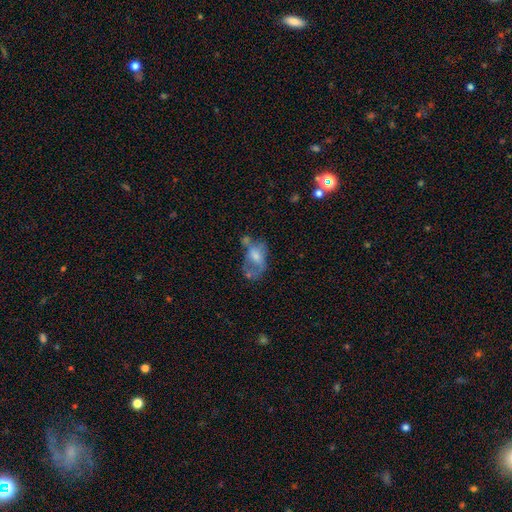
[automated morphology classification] A smooth galaxy with no disk features (48%). Merging: major disturbance (30%).